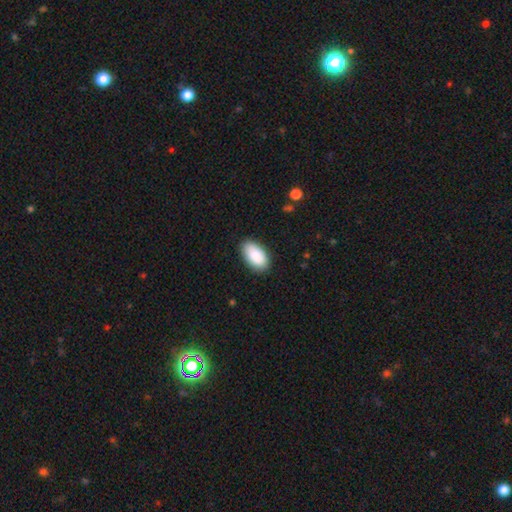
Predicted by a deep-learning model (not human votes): Smooth or featured: smooth — 90% (star or artifact — 6%)
How rounded: in between — 95% (round — 3%)
Merging: none — 87% (minor disturbance — 10%)